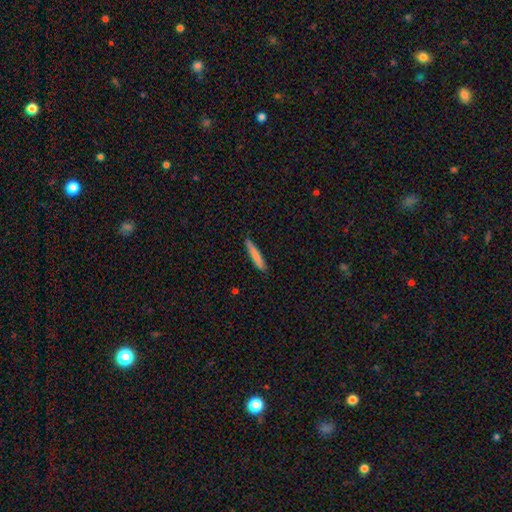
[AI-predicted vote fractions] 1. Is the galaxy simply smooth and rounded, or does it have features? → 79% smooth, 14% featured or disk, 6% star or artifact.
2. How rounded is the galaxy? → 93% cigar-shaped, 6% in between, 1% round.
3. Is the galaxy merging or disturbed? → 87% none, 10% minor disturbance, 2% major disturbance, 1% merger.